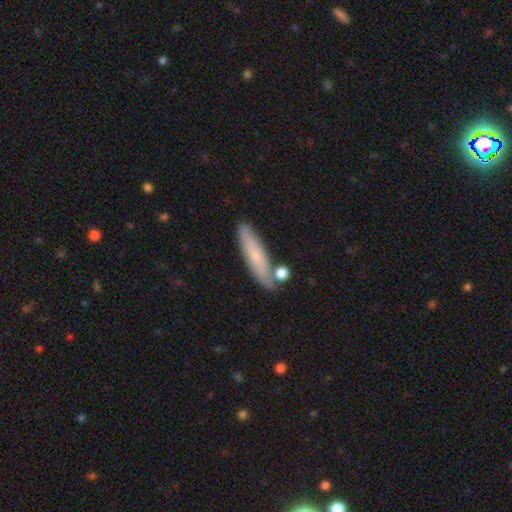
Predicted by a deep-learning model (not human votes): Smooth or featured: smooth — 67% (featured or disk — 27%)
How rounded: cigar-shaped — 78% (in between — 20%)
Merging: none — 78% (minor disturbance — 13%)